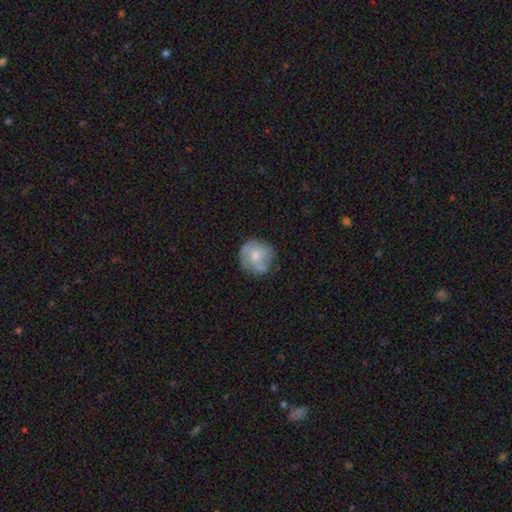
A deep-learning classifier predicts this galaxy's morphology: This is possibly a smooth galaxy (47%). Merging: likely none (63%).